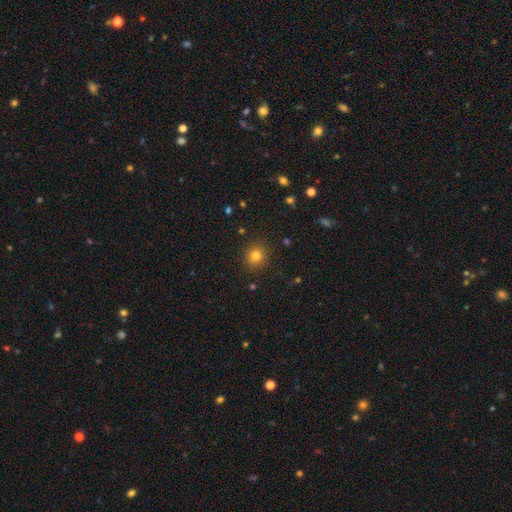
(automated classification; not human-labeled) Smooth or featured?
  - smooth: 80% *
  - star or artifact: 14%
  - featured or disk: 6%
How rounded?
  - round: 86% *
  - in between: 13%
  - cigar-shaped: 1%
Merging?
  - none: 89% *
  - minor disturbance: 7%
  - major disturbance: 3%
  - merger: 1%